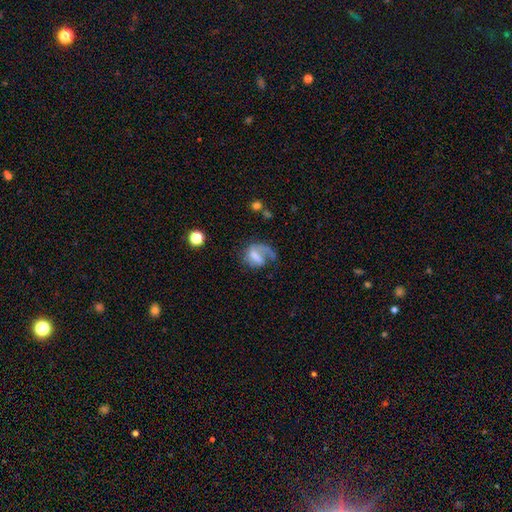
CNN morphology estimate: type=featured or disk (59%); edge-on=no (97%); bar=weak (42%); spiral arms=yes (79%); bulge=none (39%); merging=major disturbance (42%).